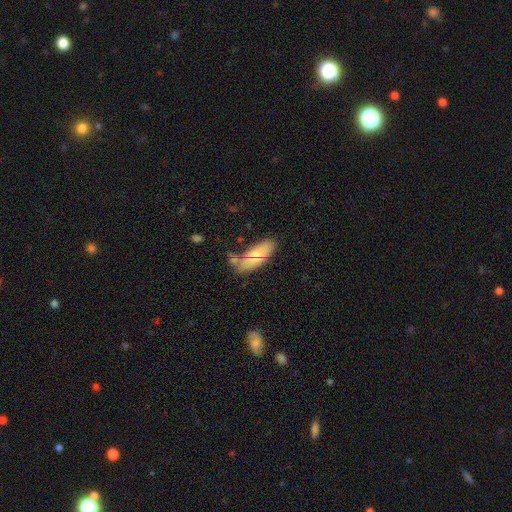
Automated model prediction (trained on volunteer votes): smooth_or_featured: smooth (p=0.63) [alt: featured or disk p=0.29]
how_rounded: in between (p=0.71) [alt: cigar-shaped p=0.26]
merging: none (p=0.58) [alt: minor disturbance p=0.23]